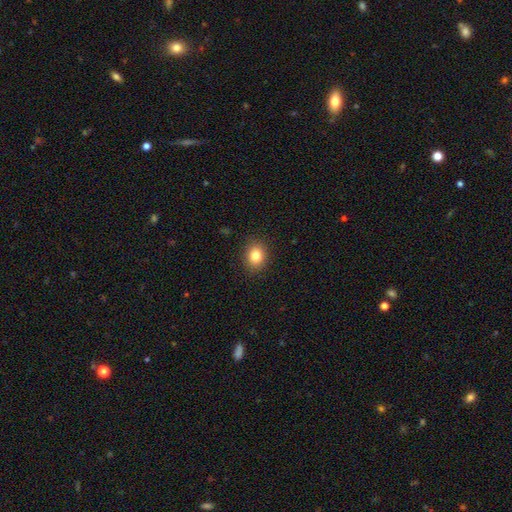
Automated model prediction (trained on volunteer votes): Smooth or featured? smooth (83%)
How rounded? round (56%)
Merging? none (89%)